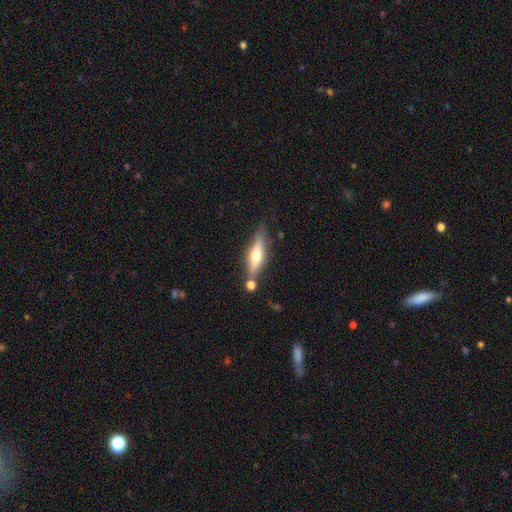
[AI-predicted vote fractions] Smooth or featured: featured or disk — 52% (smooth — 42%)
Edge-on disk: yes — 89% (no — 11%)
Merging: none — 70% (minor disturbance — 15%)